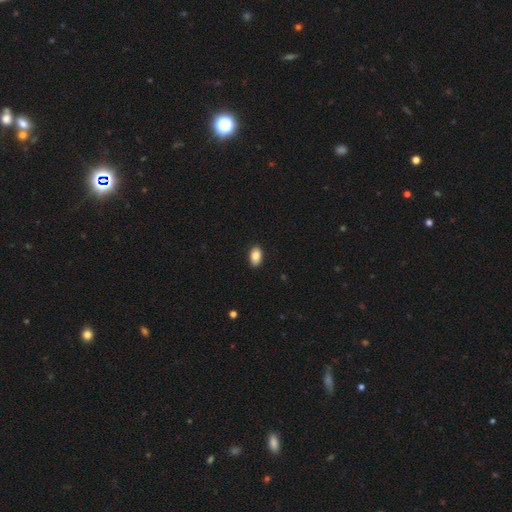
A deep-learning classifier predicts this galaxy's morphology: smooth-or-featured: smooth: 86% | star or artifact: 8% | featured or disk: 7%
  how-rounded: in between: 91% | round: 7% | cigar-shaped: 2%
  merging: none: 89% | minor disturbance: 9% | major disturbance: 2% | merger: 1%